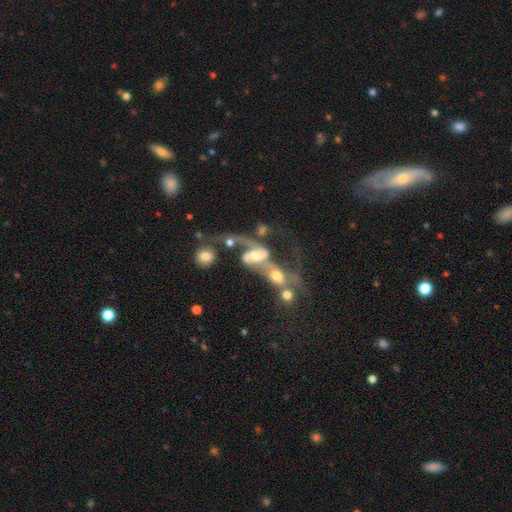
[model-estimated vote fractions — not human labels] A featured or disk galaxy (76%) with no bar (39%, tied with weak), 2 (77%) loose (66%) spiral arms (87%) and a moderate central bulge (53%). Merging: merger (66%).